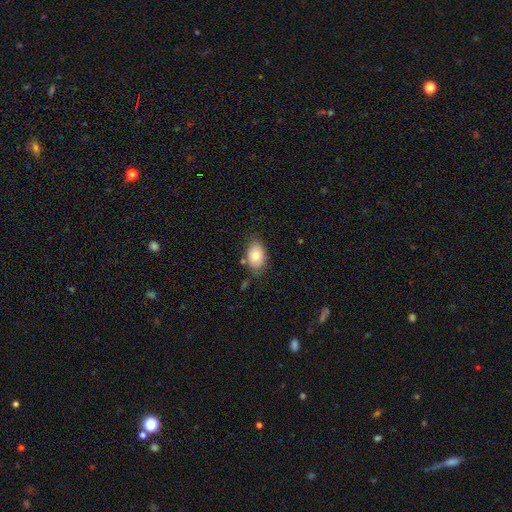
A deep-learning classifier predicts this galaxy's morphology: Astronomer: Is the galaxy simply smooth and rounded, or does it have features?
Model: smooth — 79%.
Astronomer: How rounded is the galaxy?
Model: in between — 87%.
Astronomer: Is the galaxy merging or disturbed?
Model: none — 71%.